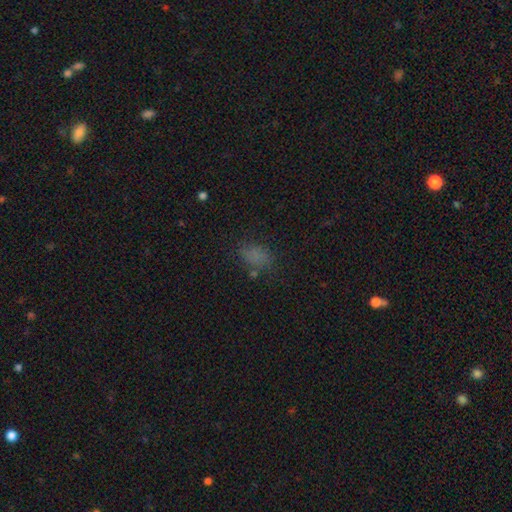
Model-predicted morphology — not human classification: The model was most divided on "merging": none: 70%, minor disturbance: 18%, major disturbance: 8%, merger: 4%. More confident: how rounded — in between (84%); smooth or featured — smooth (74%).